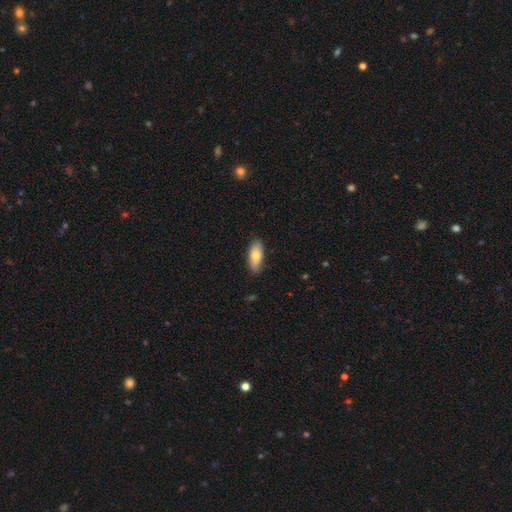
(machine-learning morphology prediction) smooth-or-featured: smooth: 75% | featured or disk: 19% | star or artifact: 6%
  how-rounded: in between: 82% | cigar-shaped: 15% | round: 3%
  merging: none: 84% | minor disturbance: 13% | major disturbance: 2% | merger: 1%